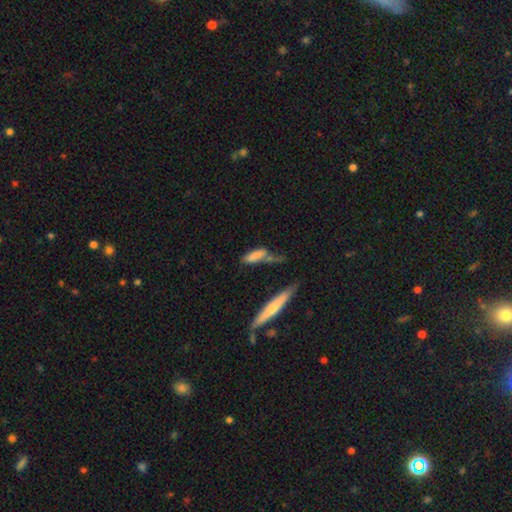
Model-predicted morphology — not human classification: smooth 72%, featured or disk 20%, star or artifact 8%. Down the decision tree: how rounded — cigar-shaped (56%); merging — none (40%).